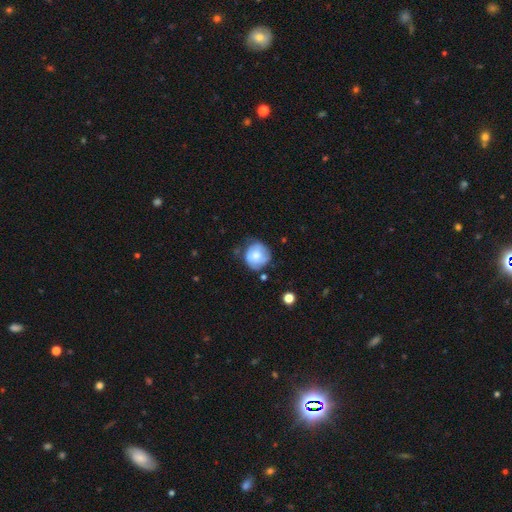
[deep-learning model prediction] Q: Smooth or featured?
A: smooth (59%); runner-up: featured or disk (34%)
Q: How rounded?
A: round (88%); runner-up: in between (11%)
Q: Merging?
A: none (57%); runner-up: minor disturbance (30%)